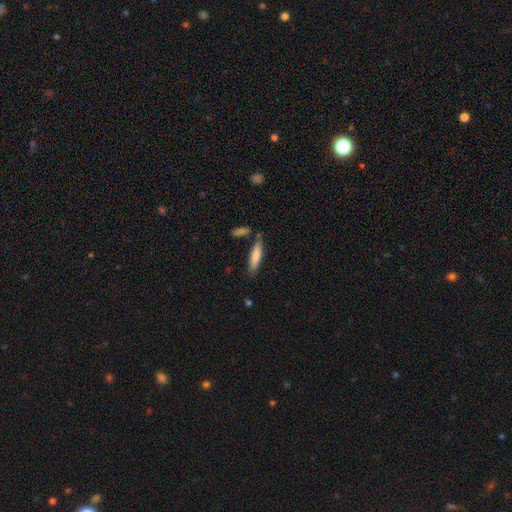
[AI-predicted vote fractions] smooth_or_featured: smooth (p=0.77) [alt: featured or disk p=0.18]
how_rounded: cigar-shaped (p=0.75) [alt: in between p=0.23]
merging: none (p=0.77) [alt: minor disturbance p=0.13]